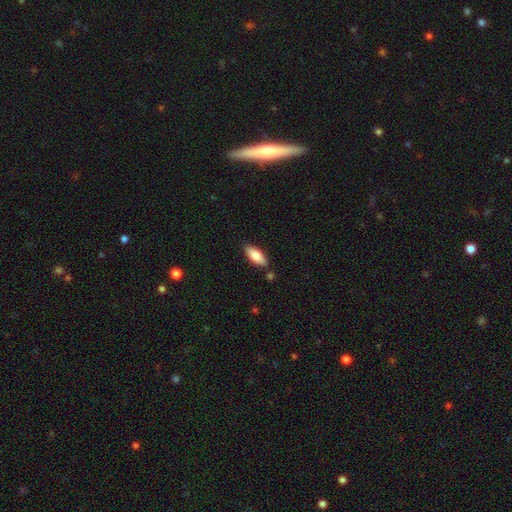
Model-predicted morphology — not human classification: smooth-or-featured: smooth: 79% | featured or disk: 15% | star or artifact: 6%
  how-rounded: in between: 77% | cigar-shaped: 21% | round: 2%
  merging: none: 82% | minor disturbance: 12% | merger: 4% | major disturbance: 2%